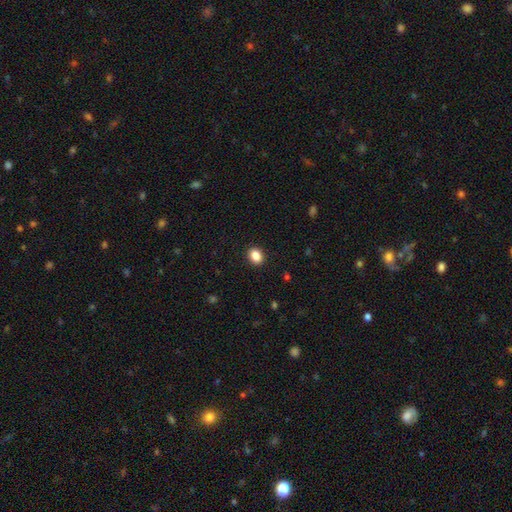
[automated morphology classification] Smooth or featured?
  - smooth: 87% *
  - star or artifact: 9%
  - featured or disk: 4%
How rounded?
  - in between: 59% *
  - round: 40%
  - cigar-shaped: 1%
Merging?
  - none: 91% *
  - minor disturbance: 6%
  - major disturbance: 2%
  - merger: 1%